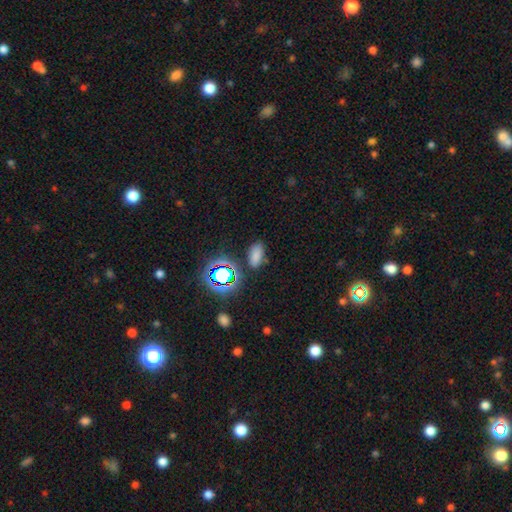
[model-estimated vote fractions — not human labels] smooth 71%, star or artifact 24%, featured or disk 6%. Down the decision tree: how rounded — in between (90%); merging — none (78%).